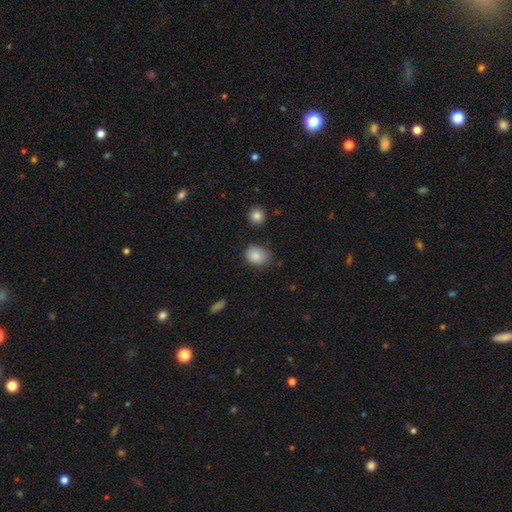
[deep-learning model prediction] A smooth galaxy with no disk features (85%) that is in between round and cigar-shaped (59%). Merging: none (73%).